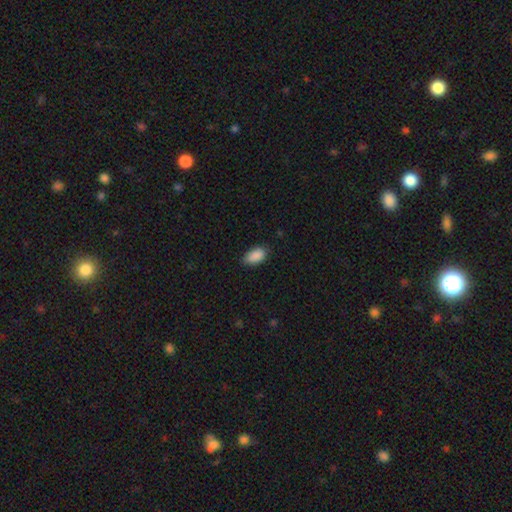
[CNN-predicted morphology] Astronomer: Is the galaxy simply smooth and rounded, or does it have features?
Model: smooth — 90%.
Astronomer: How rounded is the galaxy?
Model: in between — 93%.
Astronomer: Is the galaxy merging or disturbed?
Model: none — 78%.